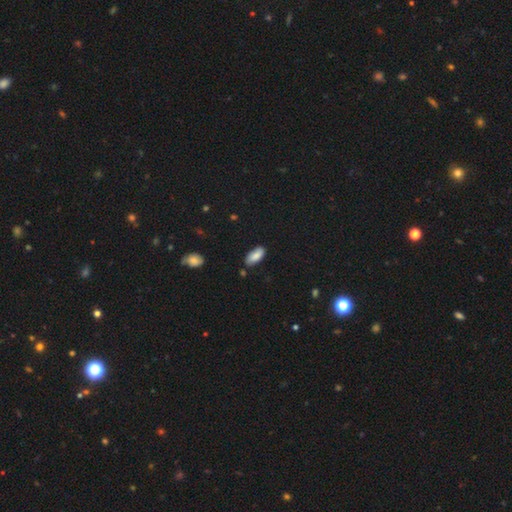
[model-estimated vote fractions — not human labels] smooth-or-featured: smooth: 85% | featured or disk: 9% | star or artifact: 7%
  how-rounded: in between: 88% | cigar-shaped: 11% | round: 2%
  merging: none: 79% | minor disturbance: 16% | major disturbance: 3% | merger: 2%